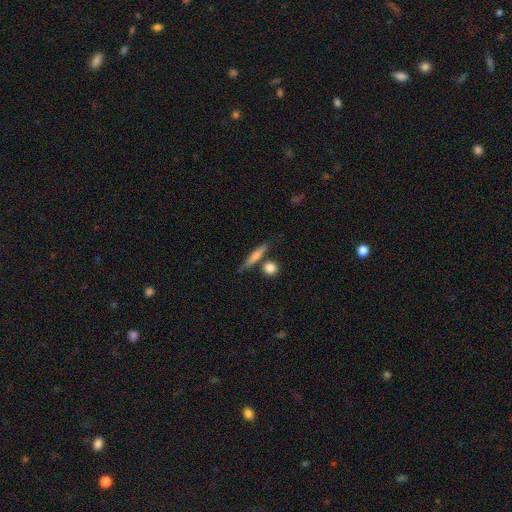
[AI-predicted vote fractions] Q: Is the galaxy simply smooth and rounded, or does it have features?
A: smooth — 59%.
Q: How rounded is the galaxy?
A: cigar-shaped — 81%.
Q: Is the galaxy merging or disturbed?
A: none — 73%.